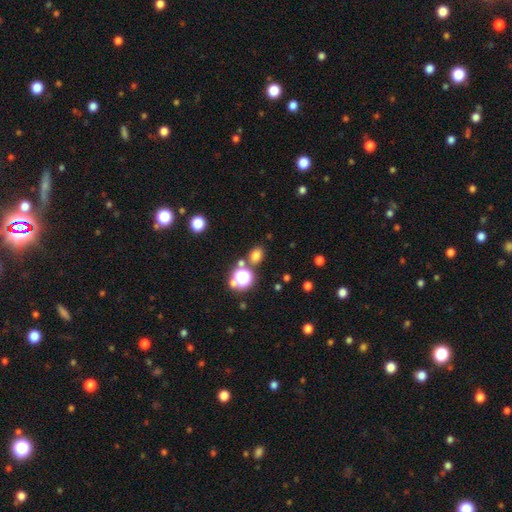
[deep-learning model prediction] Smooth or featured: smooth — 71% (star or artifact — 23%)
How rounded: round — 51% (in between — 48%)
Merging: none — 75% (merger — 12%)